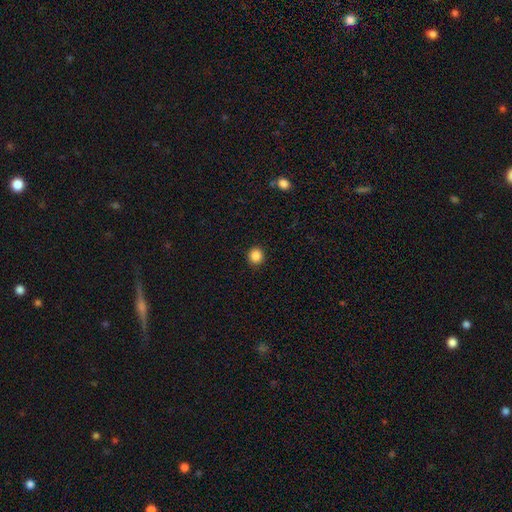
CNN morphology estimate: The model was most divided on "smooth or featured": smooth: 86%, star or artifact: 10%, featured or disk: 3%. More confident: merging — none (92%); how rounded — round (91%).